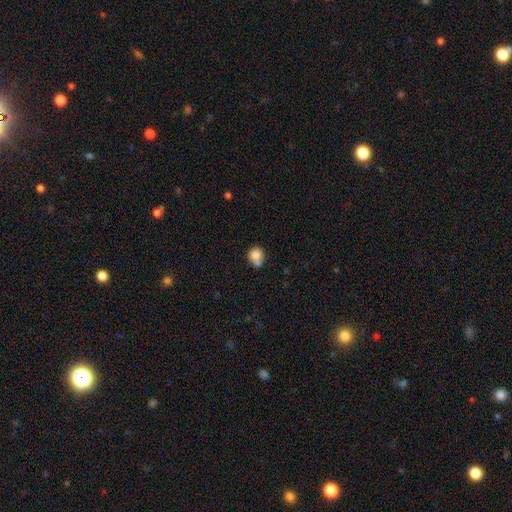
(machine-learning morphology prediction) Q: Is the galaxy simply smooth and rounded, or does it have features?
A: smooth — 79%.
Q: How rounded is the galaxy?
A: round — 82%.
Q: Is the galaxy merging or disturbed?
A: none — 44%.